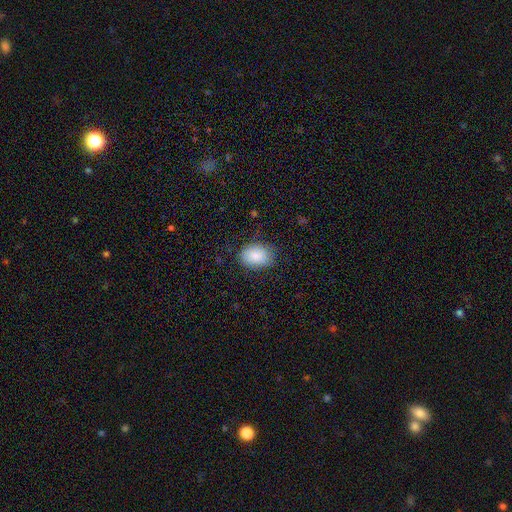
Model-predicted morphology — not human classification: This appears to be a smooth galaxy with no disk features (85%) that is in between round and cigar-shaped (81%). Merging: none (79%).